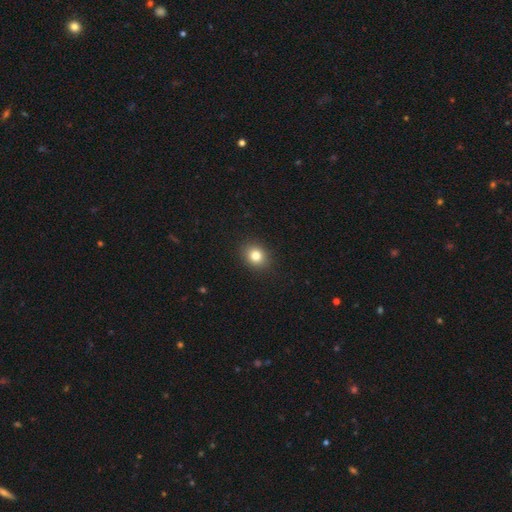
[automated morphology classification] smooth 81%, star or artifact 12%, featured or disk 7%. Down the decision tree: how rounded — round (62%); merging — none (90%).